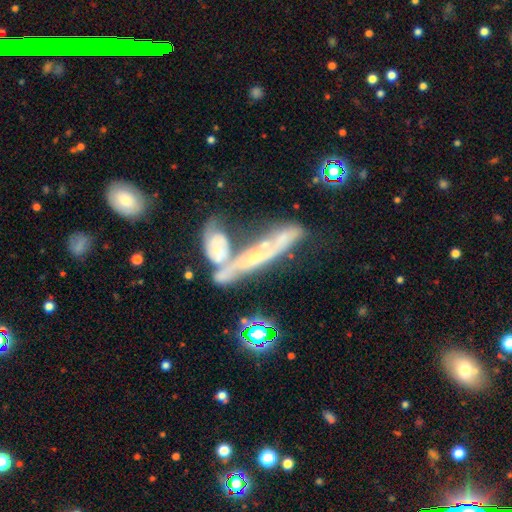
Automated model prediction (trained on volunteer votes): Q: Smooth or featured?
A: featured or disk (65%); runner-up: smooth (23%)
Q: Edge-on disk?
A: yes (56%); runner-up: no (44%)
Q: Merging?
A: merger (47%); runner-up: none (27%)